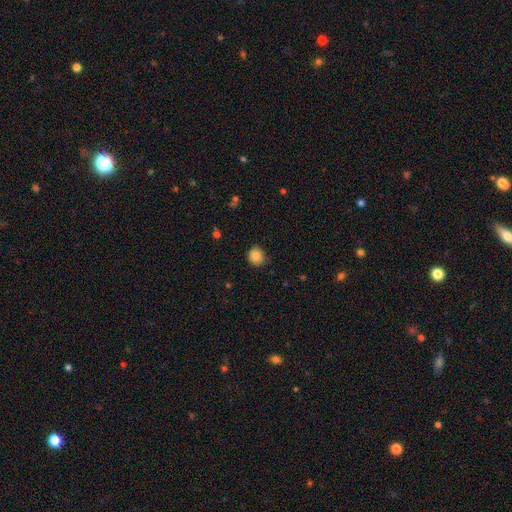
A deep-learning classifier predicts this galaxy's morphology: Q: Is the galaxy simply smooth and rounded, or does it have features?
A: smooth — 83%.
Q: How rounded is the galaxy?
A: round — 82%.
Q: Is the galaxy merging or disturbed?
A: none — 76%.